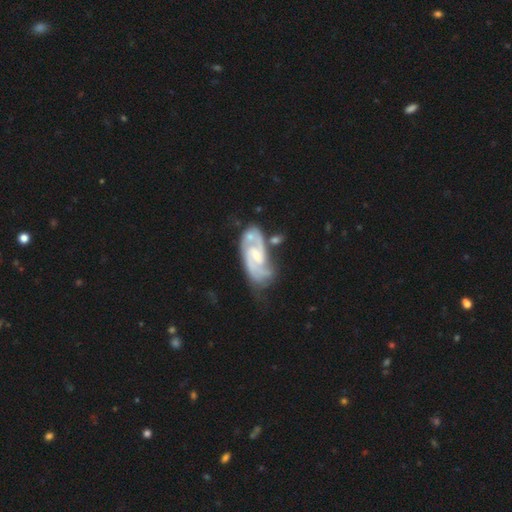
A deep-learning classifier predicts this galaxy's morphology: smooth_or_featured: featured or disk (p=0.86) [alt: smooth p=0.09]
disk_edge_on: no (p=0.96) [alt: yes p=0.04]
bar: weak (p=0.52) [alt: no p=0.33]
has_spiral_arms: yes (p=0.96) [alt: no p=0.04]
spiral_winding: medium (p=0.49) [alt: tight p=0.37]
spiral_arm_count: 2 (p=0.69) [alt: 3 p=0.13]
bulge_size: small (p=0.48) [alt: moderate p=0.37]
merging: none (p=0.49) [alt: minor disturbance p=0.24]